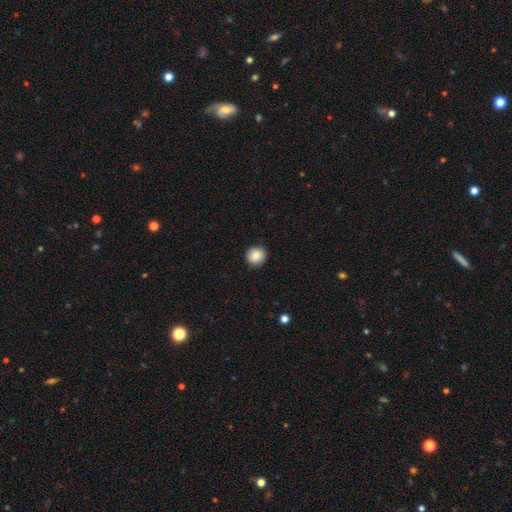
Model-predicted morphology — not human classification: smooth 85%, star or artifact 8%, featured or disk 6%. Down the decision tree: how rounded — round (92%); merging — none (90%).